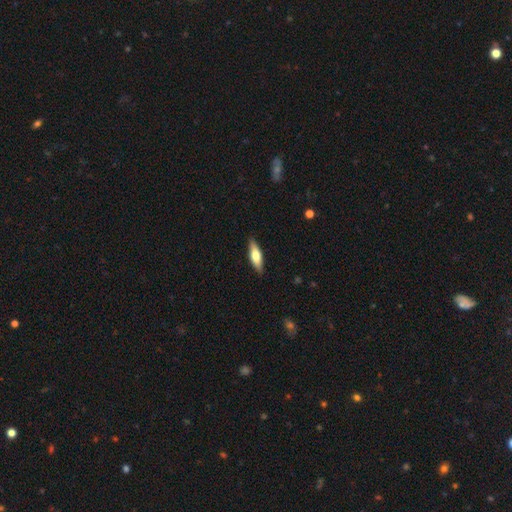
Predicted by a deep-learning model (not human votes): smooth-or-featured: smooth: 60% | featured or disk: 34% | star or artifact: 6%
  how-rounded: cigar-shaped: 51% | in between: 47% | round: 2%
  merging: none: 88% | minor disturbance: 10% | major disturbance: 2% | merger: 1%